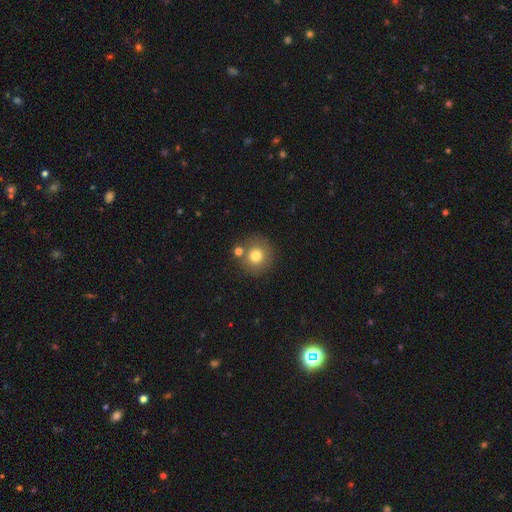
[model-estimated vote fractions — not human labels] A smooth galaxy with no disk features (76%) that is round (94%).

Vote fractions:
- Smooth or featured? smooth: 76% / star or artifact: 12% / featured or disk: 12%
- How rounded? round: 94% / in between: 6% / cigar-shaped: 1%
- Merging? none: 76% / merger: 12% / minor disturbance: 9% / major disturbance: 3%